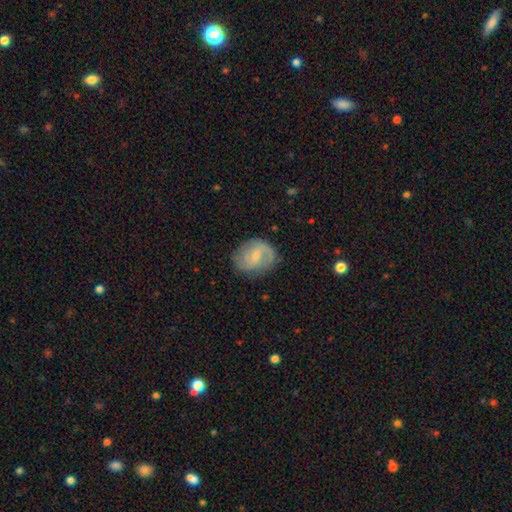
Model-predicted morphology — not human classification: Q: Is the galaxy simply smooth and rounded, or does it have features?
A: featured or disk — 67%.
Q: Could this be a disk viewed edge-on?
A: no — 97%.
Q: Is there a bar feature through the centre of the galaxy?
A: weak — 57%.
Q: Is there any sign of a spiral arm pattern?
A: yes — 89%.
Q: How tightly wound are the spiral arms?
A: medium — 44%.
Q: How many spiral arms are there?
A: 2 — 69%.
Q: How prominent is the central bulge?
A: small — 62%.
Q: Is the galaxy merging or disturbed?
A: none — 71%.